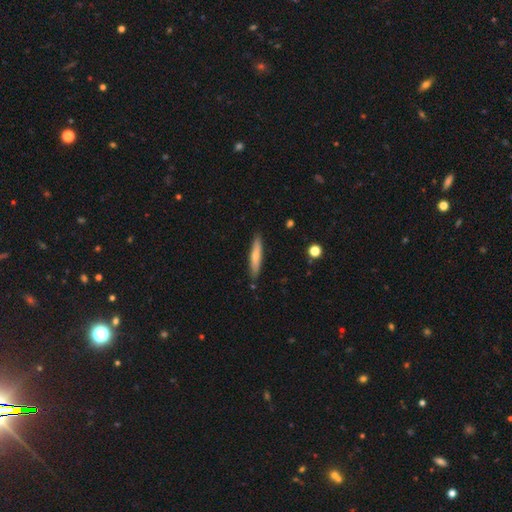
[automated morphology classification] Smooth or featured?
  - smooth: 66% *
  - featured or disk: 28%
  - star or artifact: 6%
How rounded?
  - cigar-shaped: 89% *
  - in between: 10%
  - round: 1%
Merging?
  - none: 87% *
  - minor disturbance: 10%
  - merger: 2%
  - major disturbance: 2%